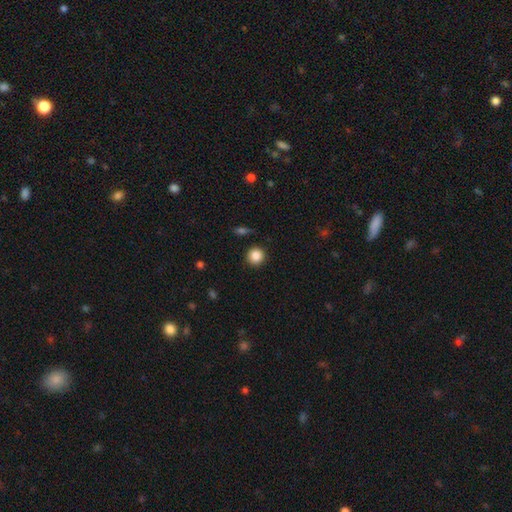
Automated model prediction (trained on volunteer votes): smooth-or-featured: smooth: 86% | star or artifact: 10% | featured or disk: 4%
  how-rounded: round: 93% | in between: 6% | cigar-shaped: 1%
  merging: none: 89% | minor disturbance: 7% | major disturbance: 2% | merger: 2%